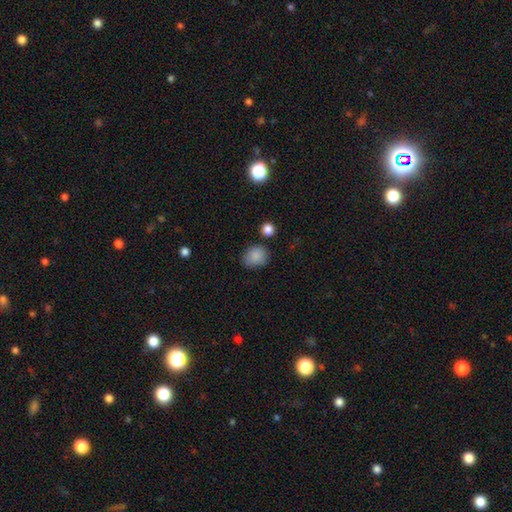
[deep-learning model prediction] smooth 86%, star or artifact 9%, featured or disk 5%. Down the decision tree: how rounded — round (59%); merging — none (73%).